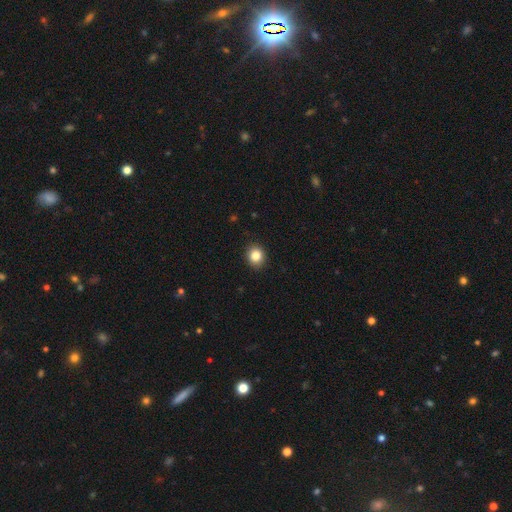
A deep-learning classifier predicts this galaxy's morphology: Smooth or featured? Predicted: smooth (p=0.85). How rounded? Predicted: round (p=0.73). Merging? Predicted: none (p=0.90).